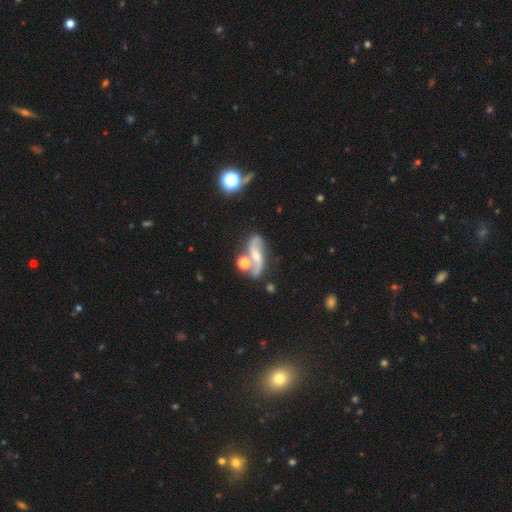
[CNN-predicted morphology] smooth_or_featured: featured or disk (p=0.81) [alt: smooth p=0.11]
disk_edge_on: no (p=0.95) [alt: yes p=0.05]
bar: no (p=0.42) [alt: weak p=0.38]
has_spiral_arms: yes (p=0.95) [alt: no p=0.05]
spiral_winding: loose (p=0.69) [alt: medium p=0.24]
spiral_arm_count: 2 (p=0.93) [alt: 1 p=0.02]
bulge_size: moderate (p=0.45) [alt: small p=0.40]
merging: none (p=0.64) [alt: merger p=0.16]